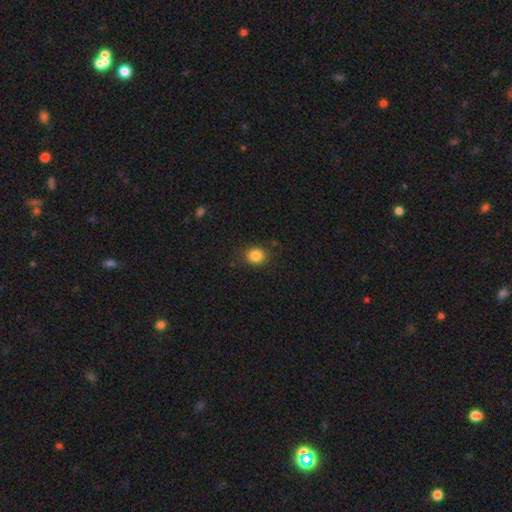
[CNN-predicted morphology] type=smooth (85%); roundness=round (73%); merging=none (85%).